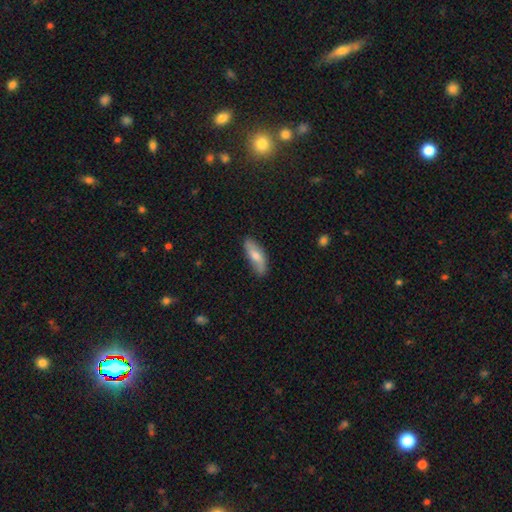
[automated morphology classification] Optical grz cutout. It shows a smooth galaxy with no disk features (66%) that is in between round and cigar-shaped (63%). Merging: none (78%).